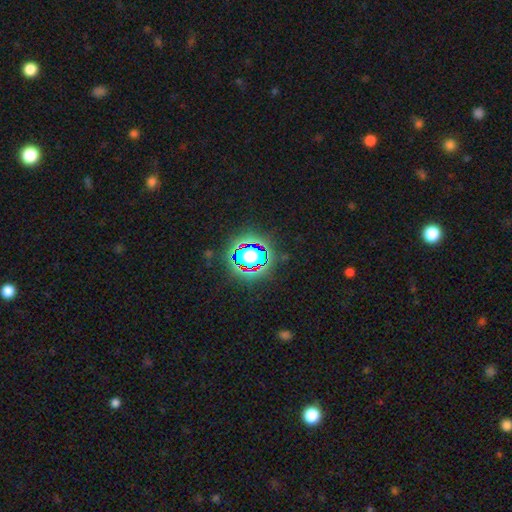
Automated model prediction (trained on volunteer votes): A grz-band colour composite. It shows a star or artifact, not a galaxy (76%).